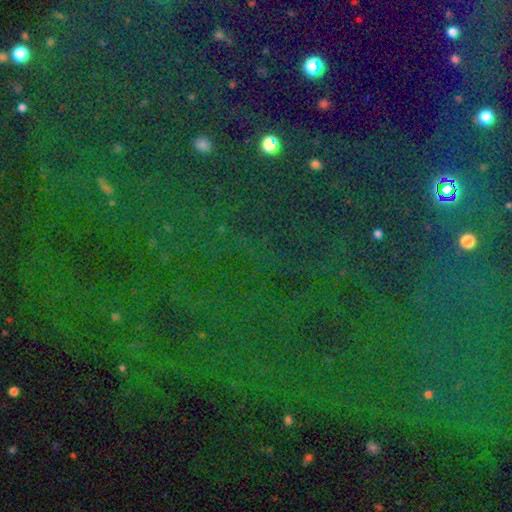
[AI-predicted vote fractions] Smooth or featured?
  - star or artifact: 81% *
  - smooth: 11%
  - featured or disk: 8%